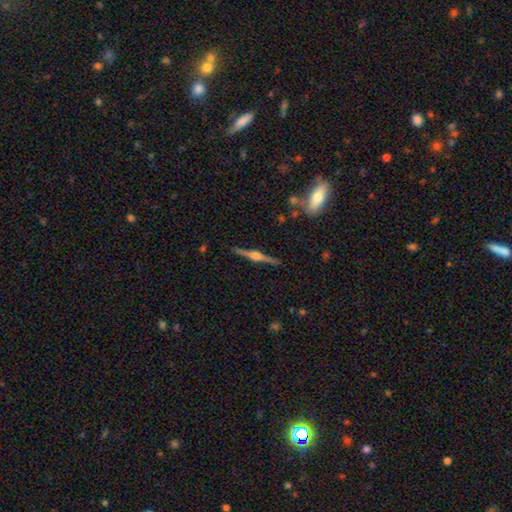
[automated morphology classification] type=featured or disk (85%); edge-on=yes (98%); edge-on bulge=rounded (93%); merging=none (91%).